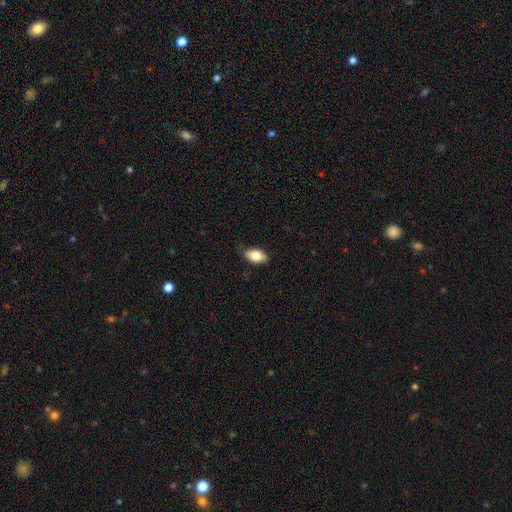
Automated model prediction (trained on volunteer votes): This appears to be a smooth galaxy with no disk features (79%) that is in between round and cigar-shaped (91%). Merging: none (83%).